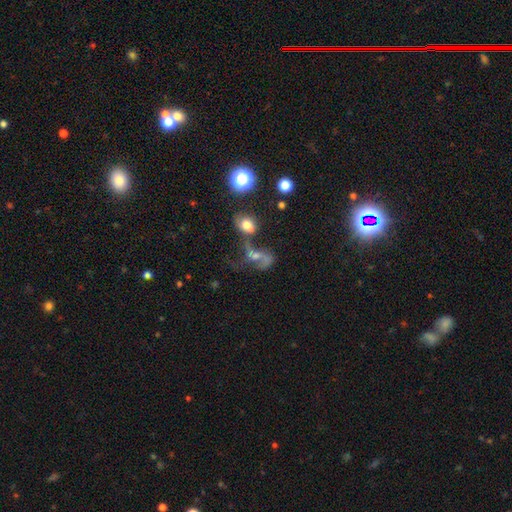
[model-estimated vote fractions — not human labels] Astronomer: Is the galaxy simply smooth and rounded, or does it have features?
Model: featured or disk — 47% (runner-up: smooth, 28%).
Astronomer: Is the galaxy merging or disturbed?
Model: merger — 39% (runner-up: none, 28%).